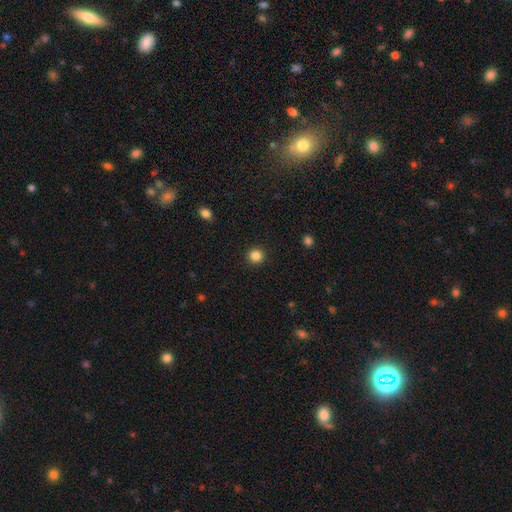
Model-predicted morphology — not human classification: smooth 85%, star or artifact 11%, featured or disk 3%. Down the decision tree: how rounded — round (93%); merging — none (92%).